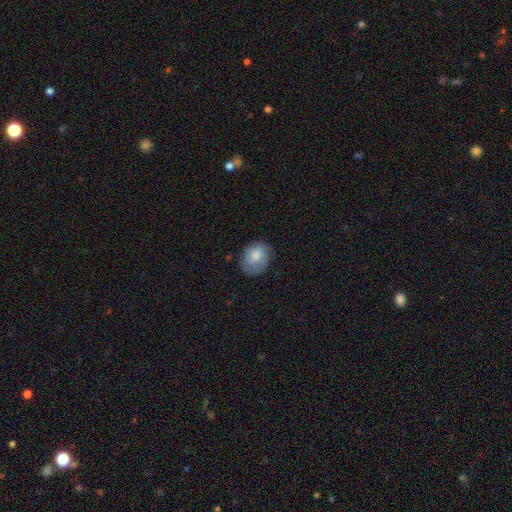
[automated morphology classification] Overall: smooth (78%). How rounded: in between (53%; round 47%). Merging: none (70%).